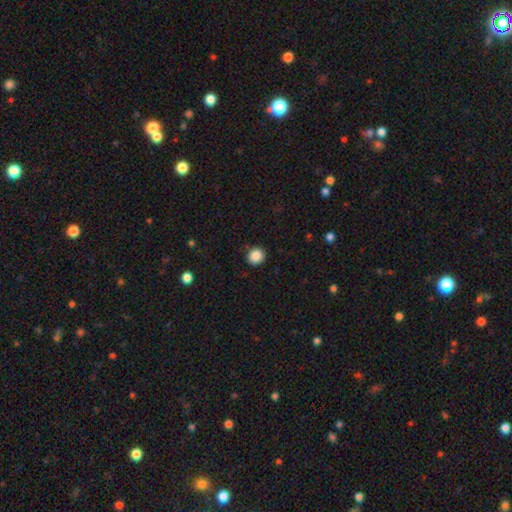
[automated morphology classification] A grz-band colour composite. It shows a smooth galaxy with no disk features (87%) that is round (88%). Merging: none (89%).